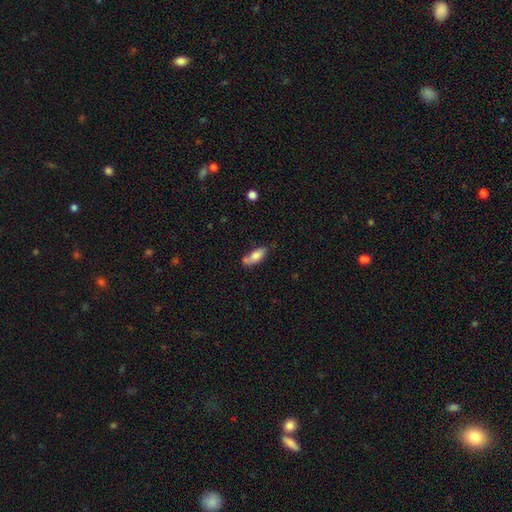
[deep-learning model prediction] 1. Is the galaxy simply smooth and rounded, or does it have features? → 76% smooth, 16% featured or disk, 7% star or artifact.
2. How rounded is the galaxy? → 75% in between, 22% cigar-shaped, 3% round.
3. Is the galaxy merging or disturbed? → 51% none, 23% minor disturbance, 21% merger, 6% major disturbance.